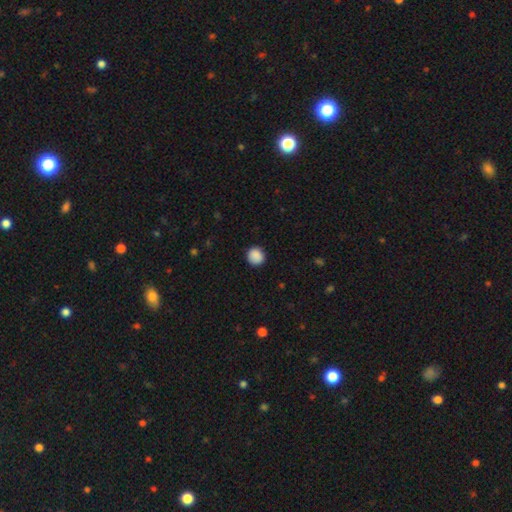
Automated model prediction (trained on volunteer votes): Q: Smooth or featured?
A: smooth (89%); runner-up: star or artifact (8%)
Q: How rounded?
A: round (89%); runner-up: in between (10%)
Q: Merging?
A: none (89%); runner-up: minor disturbance (8%)